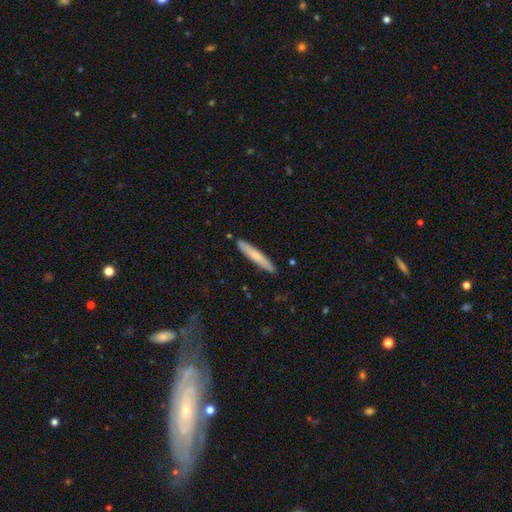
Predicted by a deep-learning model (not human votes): This is likely a smooth galaxy (70%). How rounded: clearly cigar-shaped (94%). Merging: clearly none (89%).